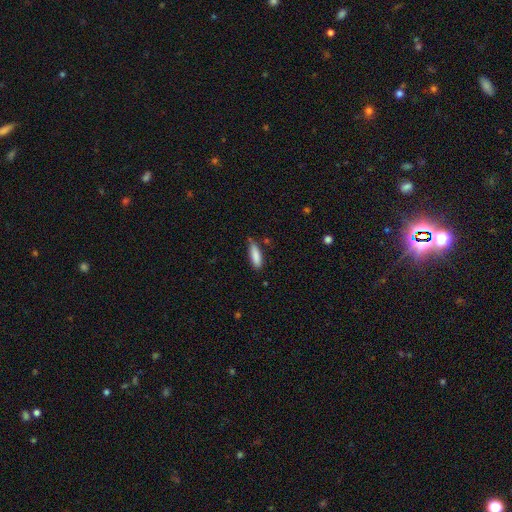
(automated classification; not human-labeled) Smooth or featured: smooth — 86% (featured or disk — 7%)
How rounded: cigar-shaped — 51% (in between — 48%)
Merging: none — 72% (minor disturbance — 22%)